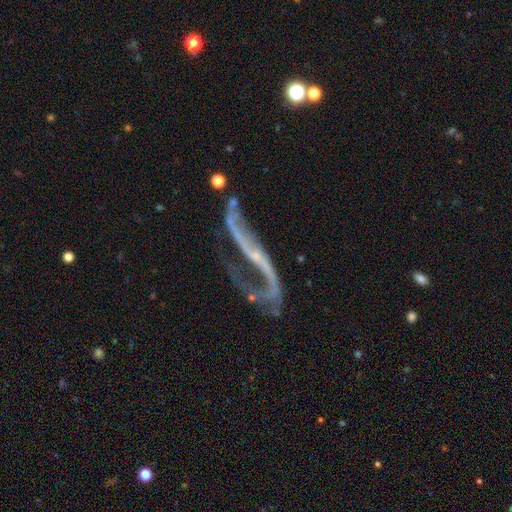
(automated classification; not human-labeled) The model was most divided on "merging": none: 41%, major disturbance: 30%, minor disturbance: 18%, merger: 11%. Remaining: spiral arms — yes (89%); spiral winding — loose (88%); smooth or featured — featured or disk (86%); spiral arm count — 2 (85%); edge-on disk — no (81%); bulge size — small (67%); bar — no (43%).